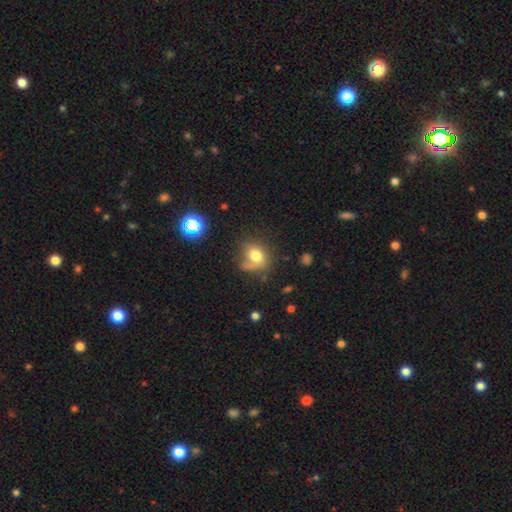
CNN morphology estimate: type=smooth (73%); roundness=round (61%); merging=none (52%).